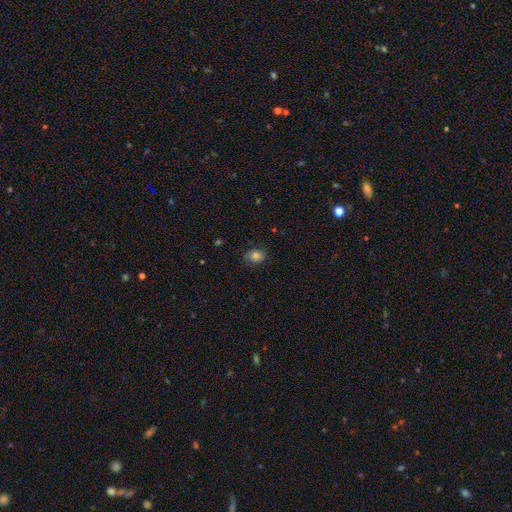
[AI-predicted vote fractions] Smooth or featured? Predicted: smooth (p=0.78). How rounded? Predicted: in between (p=0.51). Merging? Predicted: none (p=0.78).